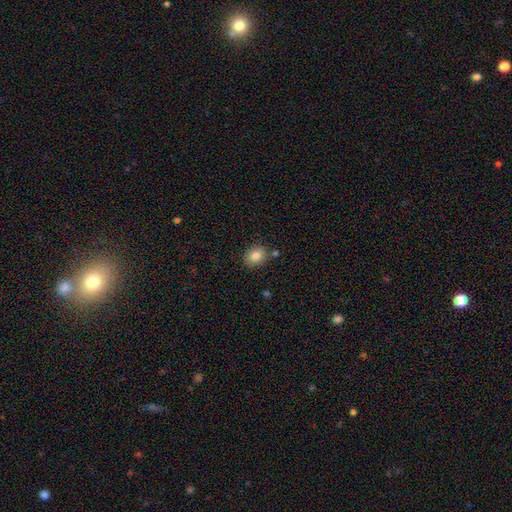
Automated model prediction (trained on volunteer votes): smooth 83%, star or artifact 9%, featured or disk 8%. Down the decision tree: how rounded — in between (54%); merging — none (79%).